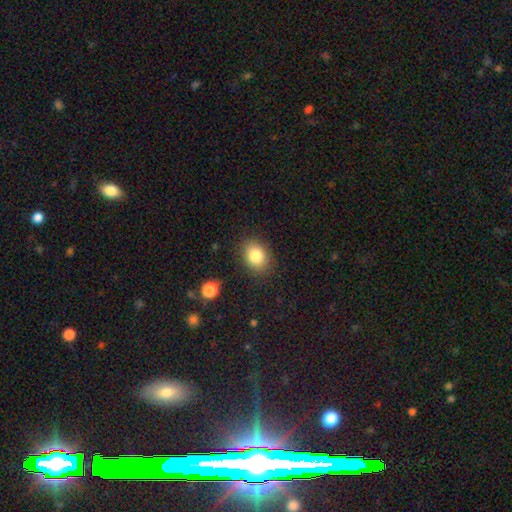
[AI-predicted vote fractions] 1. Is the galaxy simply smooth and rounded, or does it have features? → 83% smooth, 10% star or artifact, 7% featured or disk.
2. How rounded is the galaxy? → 55% in between, 44% round, 1% cigar-shaped.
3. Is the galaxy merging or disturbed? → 85% none, 10% minor disturbance, 3% major disturbance, 2% merger.